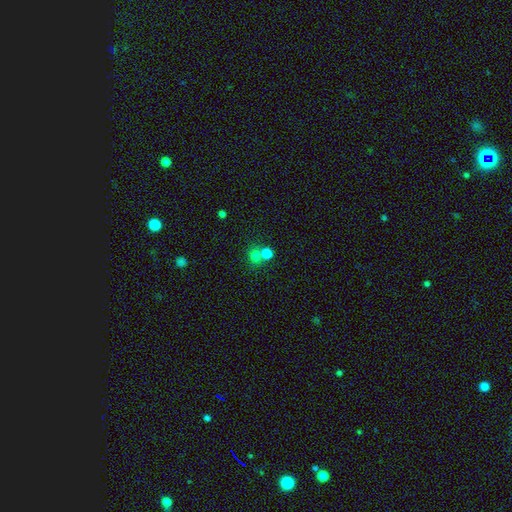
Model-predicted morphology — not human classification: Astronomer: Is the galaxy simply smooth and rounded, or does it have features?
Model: smooth — 76%.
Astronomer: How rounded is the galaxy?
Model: round — 74%.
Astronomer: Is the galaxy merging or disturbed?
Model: none — 49% (runner-up: merger, 41%).